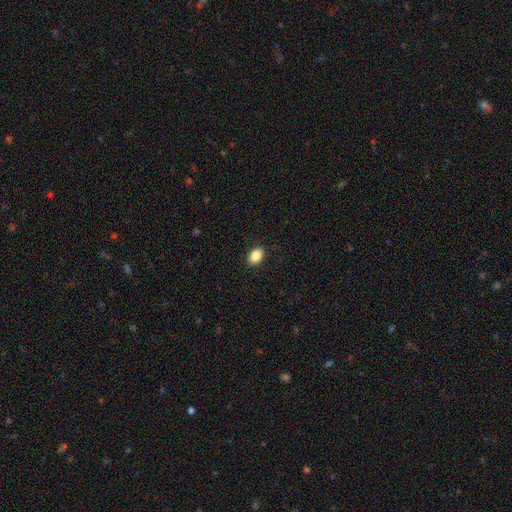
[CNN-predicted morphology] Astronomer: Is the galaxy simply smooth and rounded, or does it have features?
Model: smooth — 87%.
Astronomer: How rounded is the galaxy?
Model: in between — 84%.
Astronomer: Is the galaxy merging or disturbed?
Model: none — 90%.